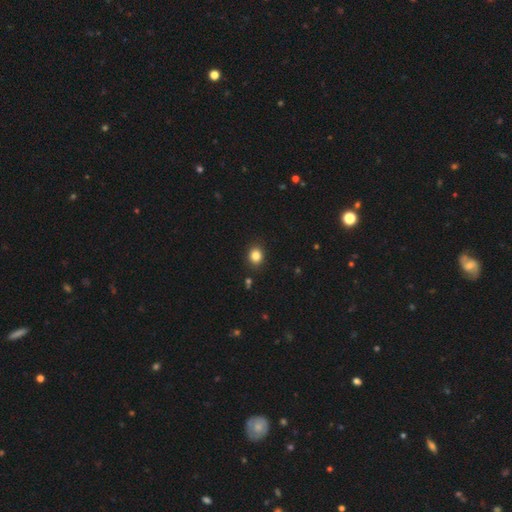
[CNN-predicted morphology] This is clearly a smooth galaxy (84%). How rounded: likely round (69%). Merging: clearly none (89%).